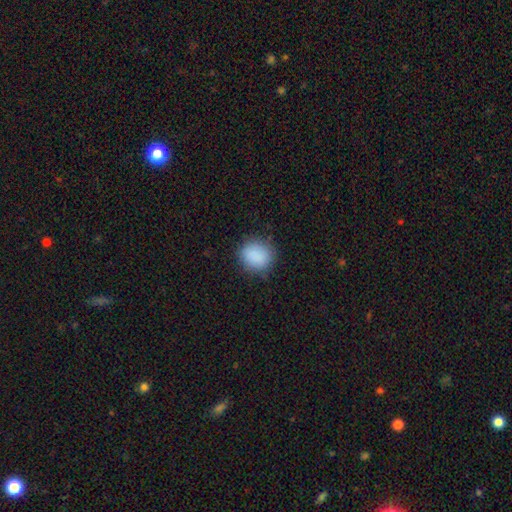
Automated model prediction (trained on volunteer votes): smooth_or_featured: smooth (p=0.88) [alt: star or artifact p=0.08]
how_rounded: round (p=0.79) [alt: in between p=0.20]
merging: none (p=0.84) [alt: minor disturbance p=0.11]